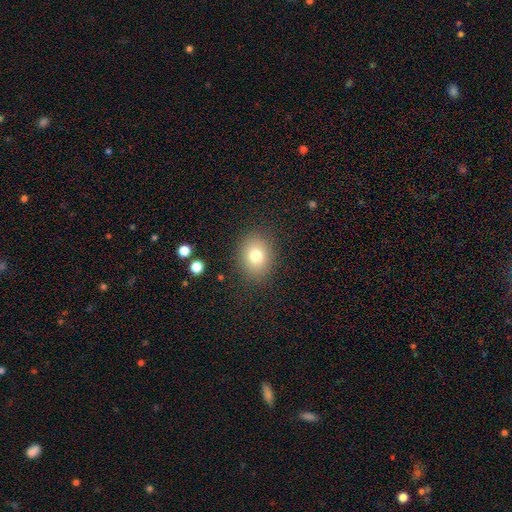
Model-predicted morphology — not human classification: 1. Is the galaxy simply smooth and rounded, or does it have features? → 77% smooth, 12% star or artifact, 11% featured or disk.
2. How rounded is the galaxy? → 52% round, 47% in between, 1% cigar-shaped.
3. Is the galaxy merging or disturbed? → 85% none, 10% minor disturbance, 4% major disturbance, 1% merger.